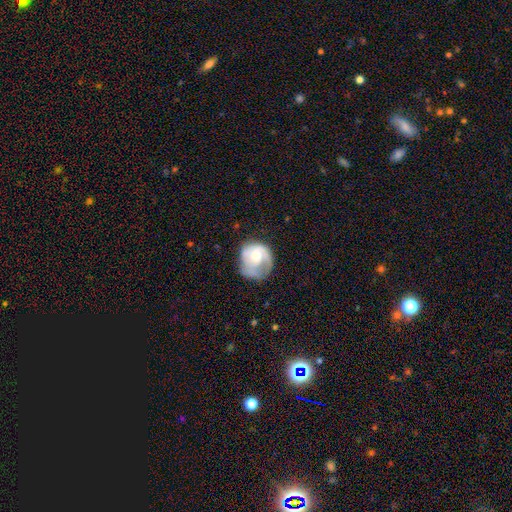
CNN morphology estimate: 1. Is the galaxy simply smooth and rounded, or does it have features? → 53% featured or disk, 41% smooth, 7% star or artifact.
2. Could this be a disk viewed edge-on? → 98% no, 2% yes.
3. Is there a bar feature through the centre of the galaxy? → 76% no, 21% weak, 3% strong.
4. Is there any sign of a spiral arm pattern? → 68% yes, 32% no.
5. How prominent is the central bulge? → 57% moderate, 21% small, 15% large, 5% none, 2% dominant.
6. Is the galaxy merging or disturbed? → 46% none, 29% minor disturbance, 23% major disturbance, 2% merger.